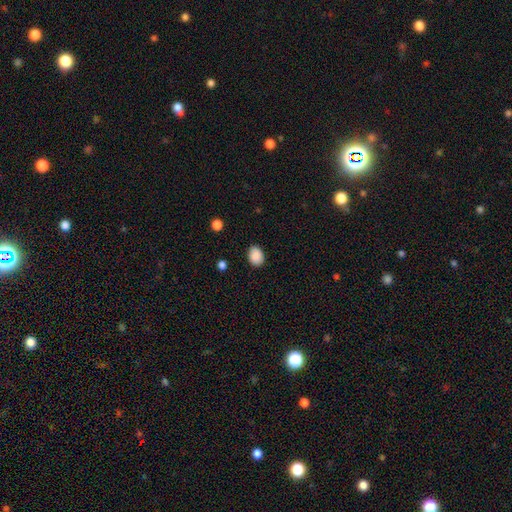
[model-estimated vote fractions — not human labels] Q: Smooth or featured?
A: smooth (89%); runner-up: star or artifact (8%)
Q: How rounded?
A: in between (65%); runner-up: round (34%)
Q: Merging?
A: none (86%); runner-up: minor disturbance (10%)